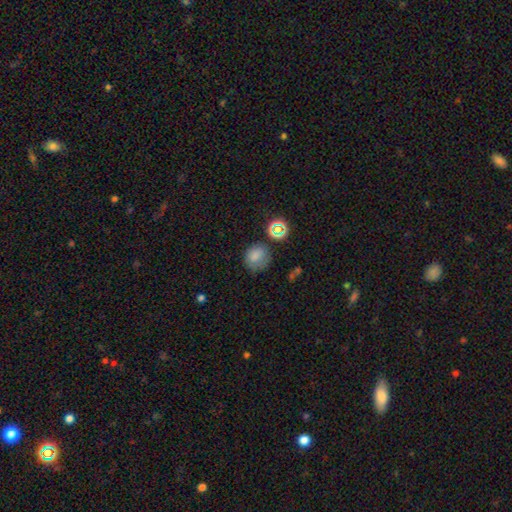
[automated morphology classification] smooth_or_featured: smooth (p=0.74) [alt: star or artifact p=0.17]
how_rounded: round (p=0.75) [alt: in between p=0.24]
merging: none (p=0.63) [alt: minor disturbance p=0.22]